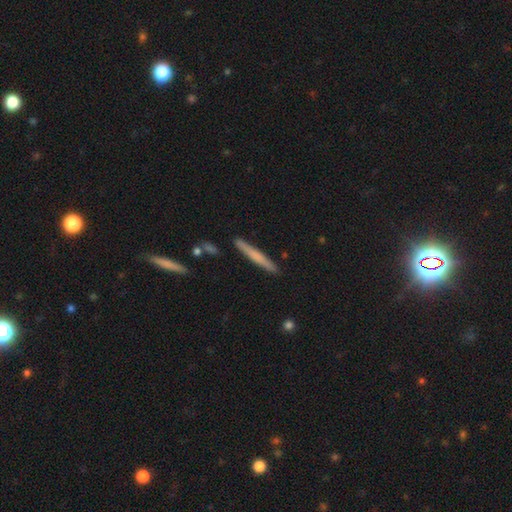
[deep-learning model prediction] smooth 58%, featured or disk 37%, star or artifact 5%. Down the decision tree: how rounded — cigar-shaped (96%); merging — none (89%).